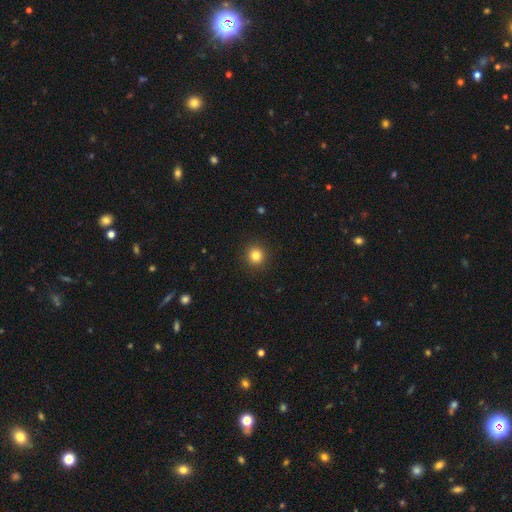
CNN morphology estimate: smooth 82%, star or artifact 12%, featured or disk 5%. Down the decision tree: how rounded — round (94%); merging — none (92%).